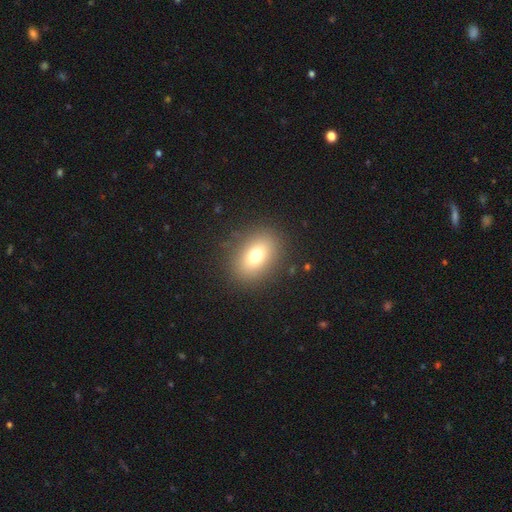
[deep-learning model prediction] Smooth or featured? Predicted: smooth (p=0.75). How rounded? Predicted: in between (p=0.71). Merging? Predicted: none (p=0.87).